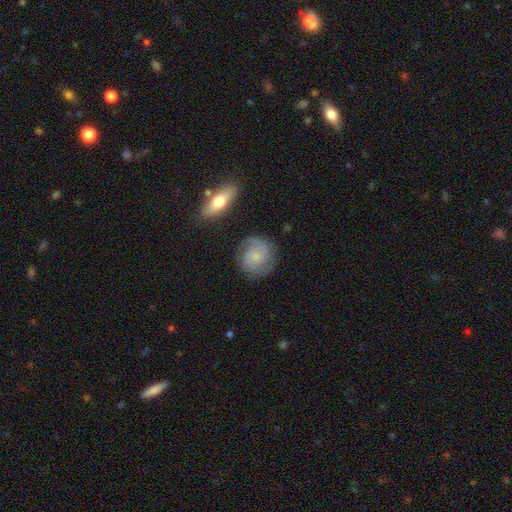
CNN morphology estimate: This appears to be a featured or disk galaxy (57%) with no bar (74%), spiral arms (90%) and a small central bulge (66%). Merging: none (79%).